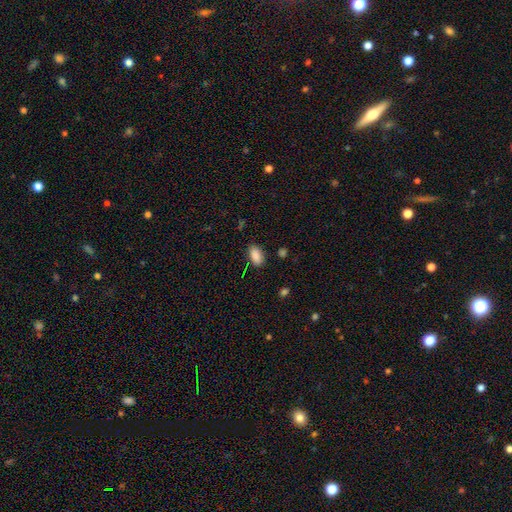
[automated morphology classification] Smooth or featured? Predicted: smooth (p=0.87). How rounded? Predicted: in between (p=0.92). Merging? Predicted: none (p=0.81).